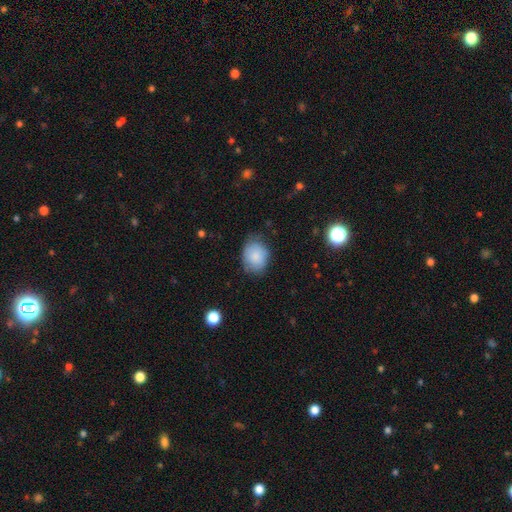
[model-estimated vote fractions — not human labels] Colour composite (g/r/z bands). It shows a smooth galaxy with no disk features (84%) that is in between round and cigar-shaped (54%). Merging: none (69%).